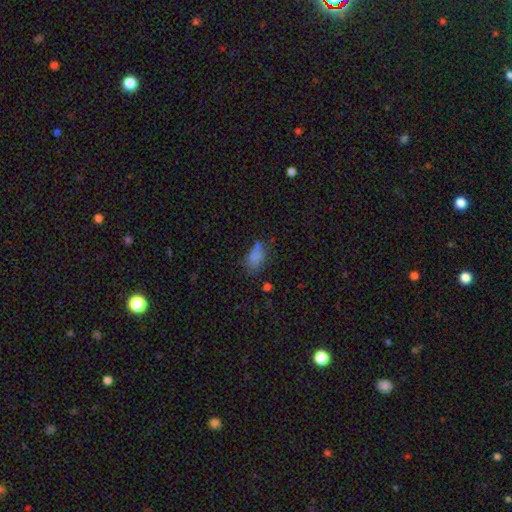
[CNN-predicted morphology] This is likely a smooth galaxy (75%). How rounded: clearly in between (87%). Merging: possibly none (45%).